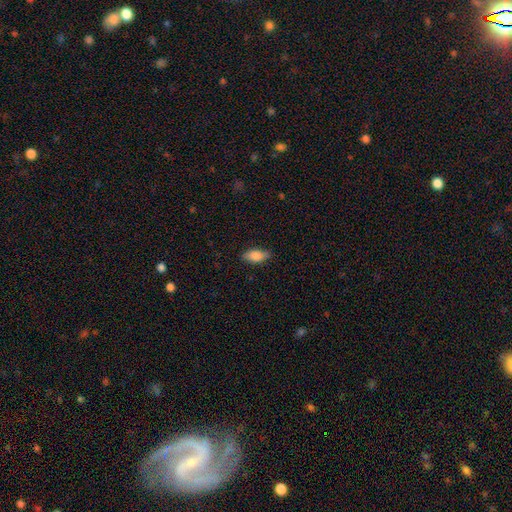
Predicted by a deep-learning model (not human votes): This appears to be a smooth galaxy with no disk features (83%) that is in between round and cigar-shaped (87%). Merging: none (82%).